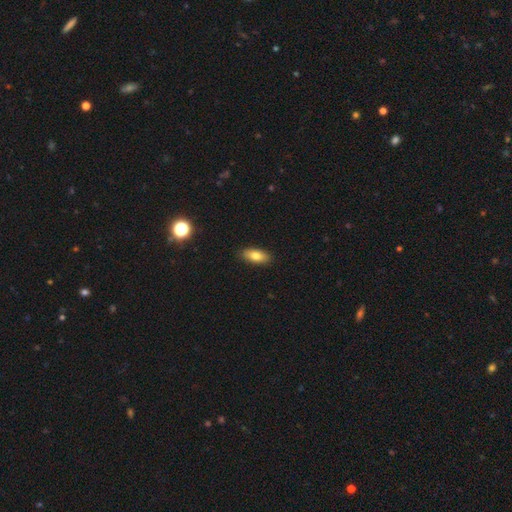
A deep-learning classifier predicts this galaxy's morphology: Smooth or featured?
  - smooth: 79% *
  - featured or disk: 14%
  - star or artifact: 8%
How rounded?
  - in between: 85% *
  - cigar-shaped: 12%
  - round: 3%
Merging?
  - none: 88% *
  - minor disturbance: 9%
  - major disturbance: 2%
  - merger: 1%